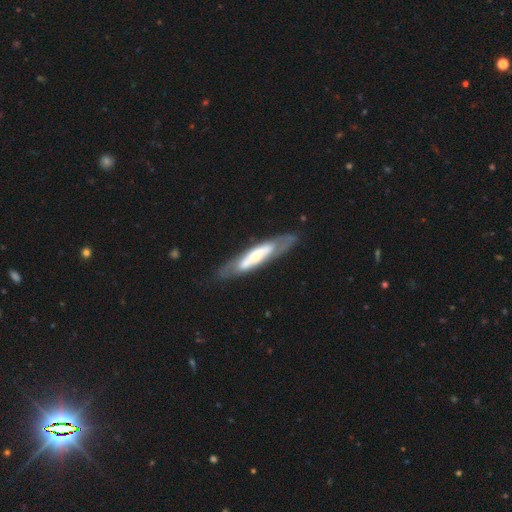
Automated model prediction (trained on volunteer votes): This appears to be a featured or disk galaxy (66%) viewed edge-on (54%). Merging: none (76%).